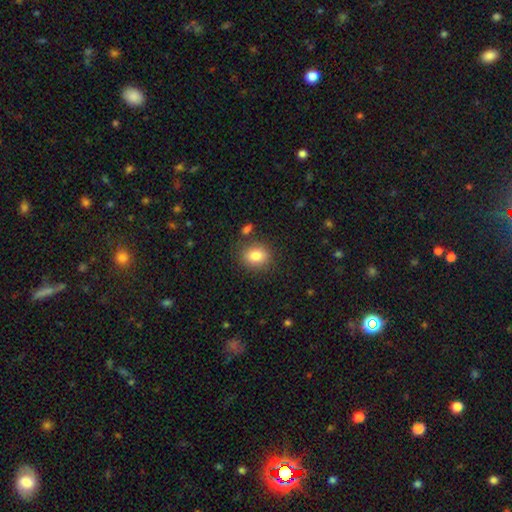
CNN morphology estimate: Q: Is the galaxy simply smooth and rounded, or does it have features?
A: smooth — 84%.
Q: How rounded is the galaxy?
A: in between — 52%.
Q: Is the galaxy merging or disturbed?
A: none — 82%.